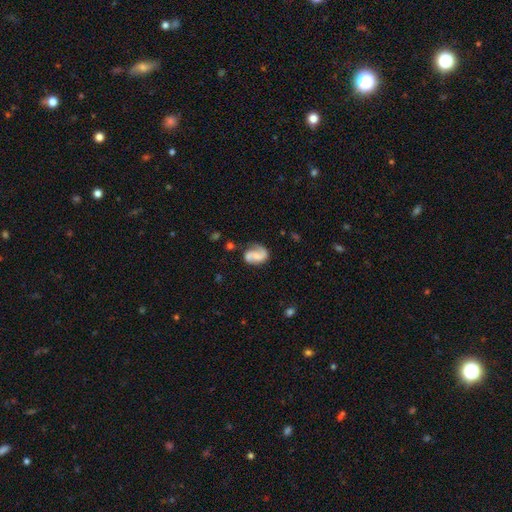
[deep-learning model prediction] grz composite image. It shows a featured or disk galaxy (73%) with no bar (53%), 2 (85%) medium (43%) spiral arms (94%) and a small central bulge (35%). Merging: none (68%).